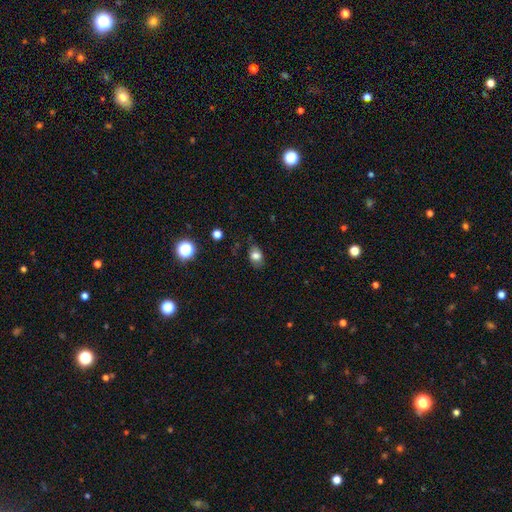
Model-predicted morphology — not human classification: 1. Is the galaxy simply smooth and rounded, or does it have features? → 76% smooth, 13% featured or disk, 11% star or artifact.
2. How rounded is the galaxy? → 71% in between, 28% round, 1% cigar-shaped.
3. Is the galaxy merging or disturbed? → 71% none, 22% minor disturbance, 6% major disturbance, 2% merger.